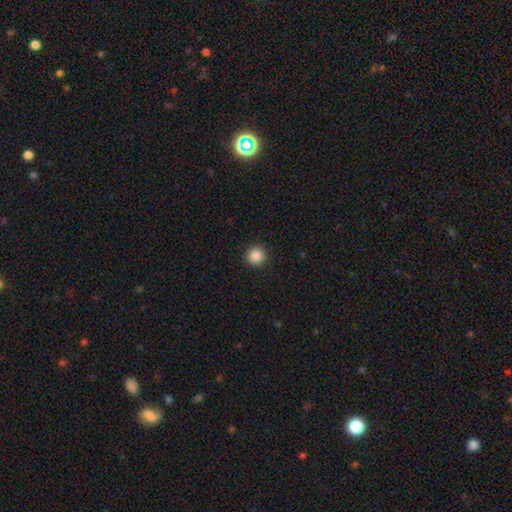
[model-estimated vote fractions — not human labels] The model was most divided on "smooth or featured": smooth: 87%, star or artifact: 10%, featured or disk: 3%. More confident: how rounded — round (95%); merging — none (92%).